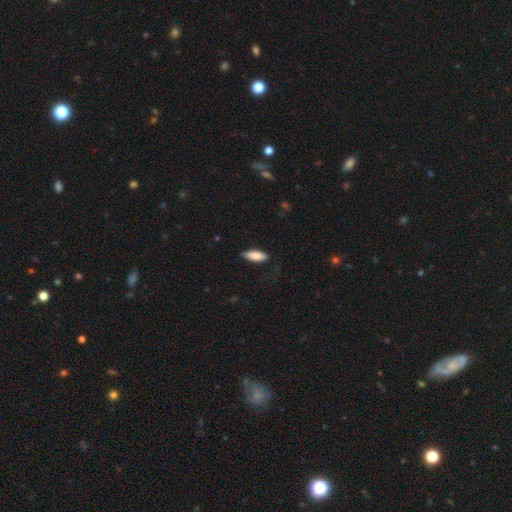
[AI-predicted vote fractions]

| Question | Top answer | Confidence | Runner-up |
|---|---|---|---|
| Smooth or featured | smooth | 86% | featured or disk (9%) |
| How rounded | in between | 70% | cigar-shaped (29%) |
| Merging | none | 77% | minor disturbance (18%) |